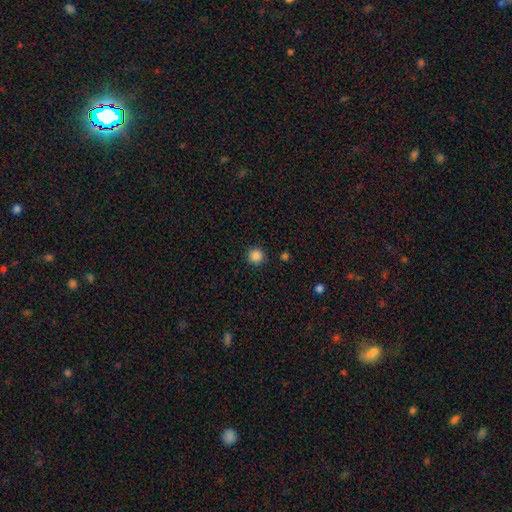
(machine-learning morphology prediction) Q: Smooth or featured?
A: smooth (86%); runner-up: star or artifact (11%)
Q: How rounded?
A: round (95%); runner-up: in between (4%)
Q: Merging?
A: none (91%); runner-up: minor disturbance (6%)